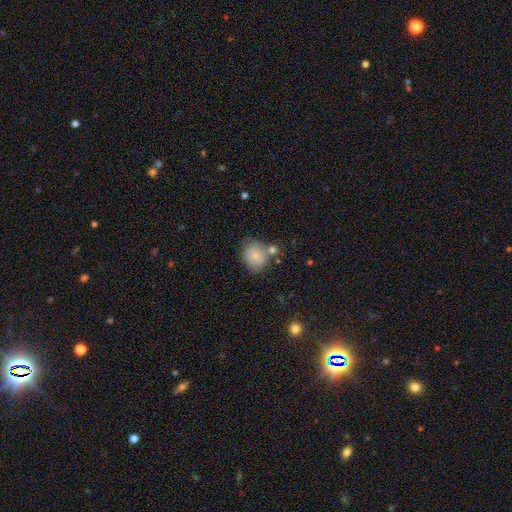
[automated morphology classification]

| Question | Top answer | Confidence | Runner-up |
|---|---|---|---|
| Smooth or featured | smooth | 82% | featured or disk (10%) |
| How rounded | round | 72% | in between (27%) |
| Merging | none | 63% | minor disturbance (16%) |